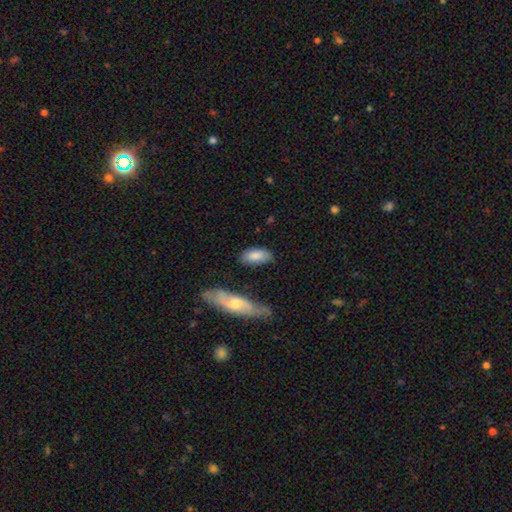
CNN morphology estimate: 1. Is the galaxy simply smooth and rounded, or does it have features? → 81% smooth, 13% featured or disk, 6% star or artifact.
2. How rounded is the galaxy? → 89% in between, 8% cigar-shaped, 3% round.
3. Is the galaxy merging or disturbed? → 67% none, 22% minor disturbance, 6% major disturbance, 5% merger.